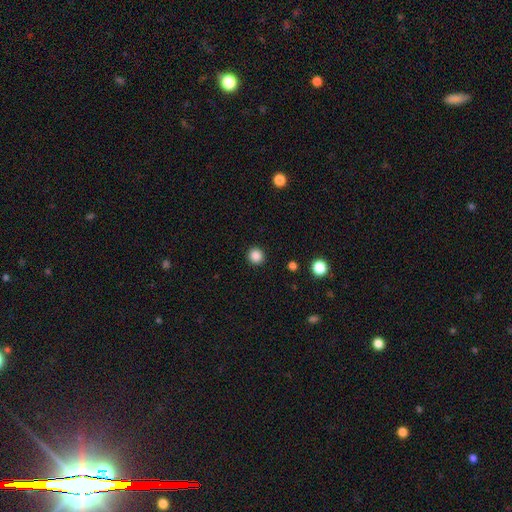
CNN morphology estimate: Smooth or featured? Predicted: smooth (p=0.86). How rounded? Predicted: round (p=0.93). Merging? Predicted: none (p=0.92).